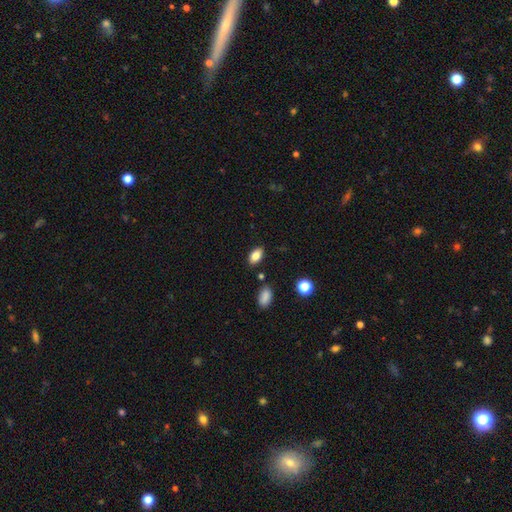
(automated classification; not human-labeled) A smooth galaxy with no disk features (83%) that is in between round and cigar-shaped (90%).

Vote fractions:
- Smooth or featured? smooth: 83% / star or artifact: 9% / featured or disk: 9%
- How rounded? in between: 90% / round: 7% / cigar-shaped: 3%
- Merging? none: 84% / minor disturbance: 10% / merger: 3% / major disturbance: 2%